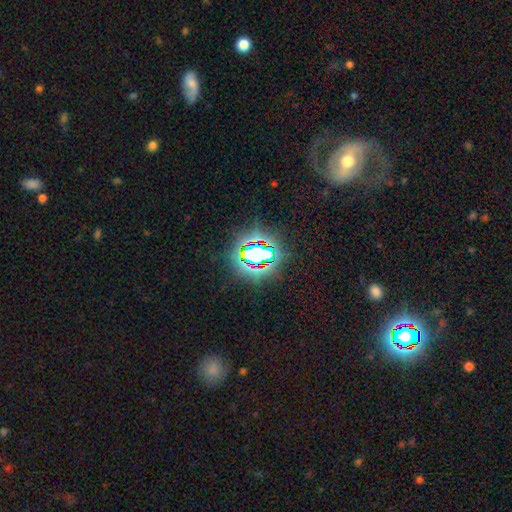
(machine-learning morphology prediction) This appears to be a star or artifact, not a galaxy (59%).